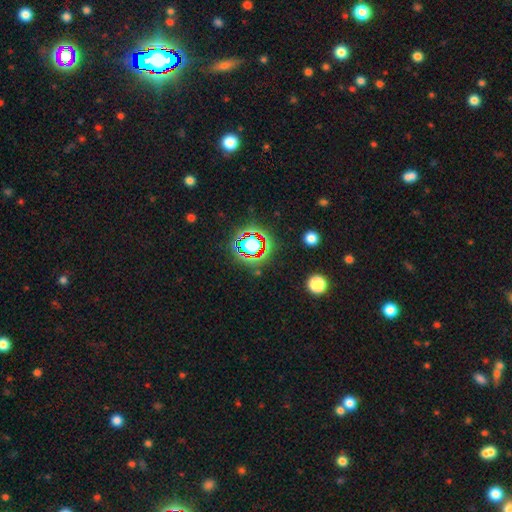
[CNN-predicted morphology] smooth_or_featured: star or artifact (p=0.78) [alt: smooth p=0.14]